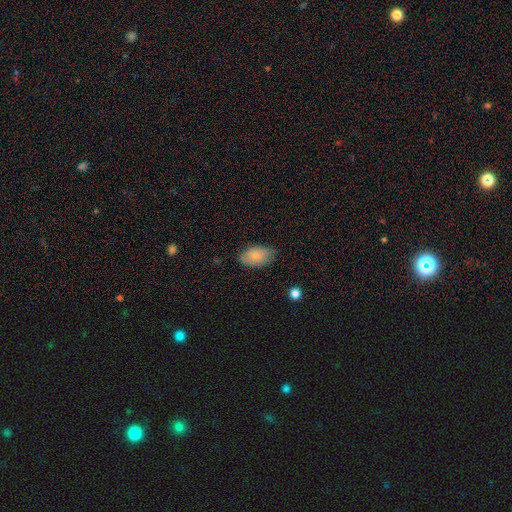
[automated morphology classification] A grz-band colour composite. It shows a smooth galaxy with no disk features (84%) that is in between round and cigar-shaped (93%). Merging: none (76%).